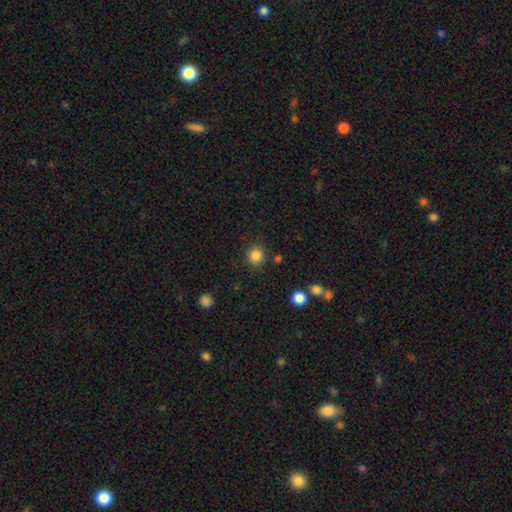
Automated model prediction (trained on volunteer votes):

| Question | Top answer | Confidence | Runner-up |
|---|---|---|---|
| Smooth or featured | smooth | 85% | star or artifact (11%) |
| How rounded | round | 90% | in between (9%) |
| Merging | none | 87% | minor disturbance (8%) |